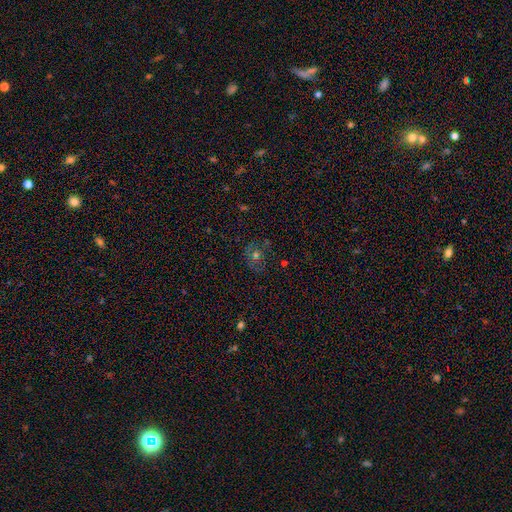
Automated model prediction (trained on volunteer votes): Q: Smooth or featured?
A: smooth (47%); runner-up: featured or disk (30%)
Q: Merging?
A: none (69%); runner-up: minor disturbance (19%)